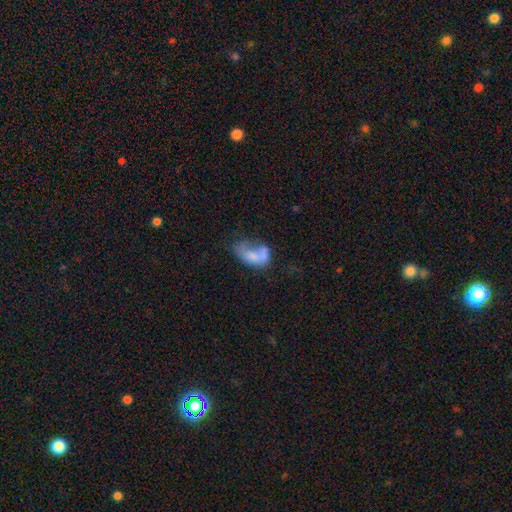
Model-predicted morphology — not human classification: Smooth or featured: smooth — 57% (featured or disk — 33%)
How rounded: in between — 89% (round — 9%)
Merging: major disturbance — 35% (merger — 28%)